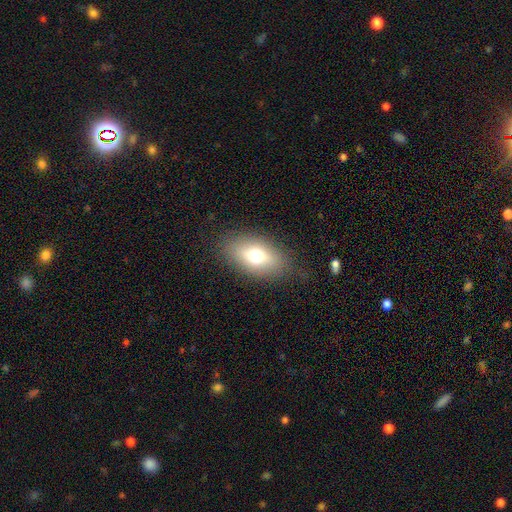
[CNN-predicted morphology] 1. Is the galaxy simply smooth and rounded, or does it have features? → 70% smooth, 20% featured or disk, 10% star or artifact.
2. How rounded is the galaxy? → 87% in between, 10% round, 3% cigar-shaped.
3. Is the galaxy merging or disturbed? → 81% none, 13% minor disturbance, 5% major disturbance, 1% merger.